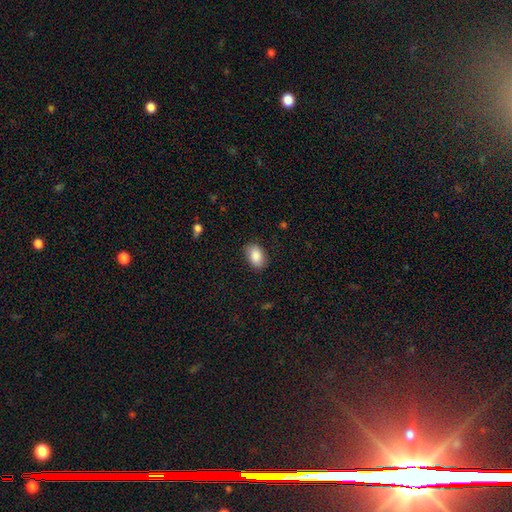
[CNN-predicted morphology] Overall: smooth (88%). How rounded: in between (89%). Merging: none (85%).